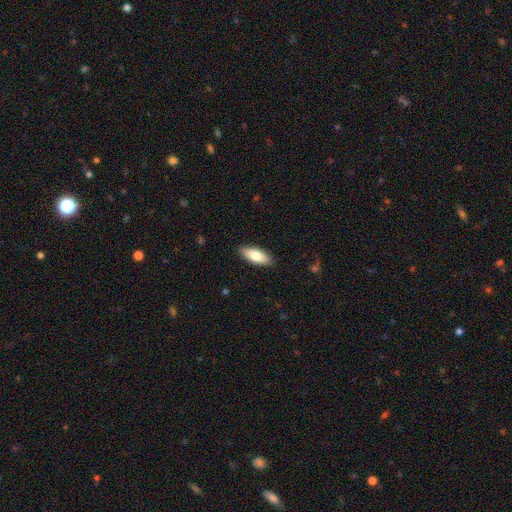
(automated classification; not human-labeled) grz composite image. It shows a smooth galaxy with no disk features (78%) that is in between round and cigar-shaped (74%). Merging: none (89%).